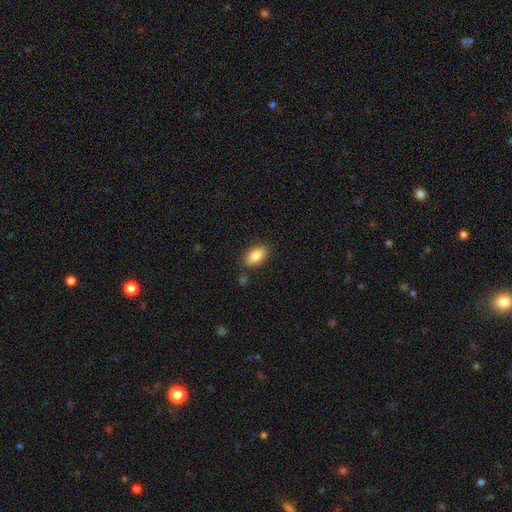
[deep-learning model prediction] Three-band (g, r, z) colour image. It shows a smooth galaxy with no disk features (84%) that is in between round and cigar-shaped (90%). Merging: none (82%).